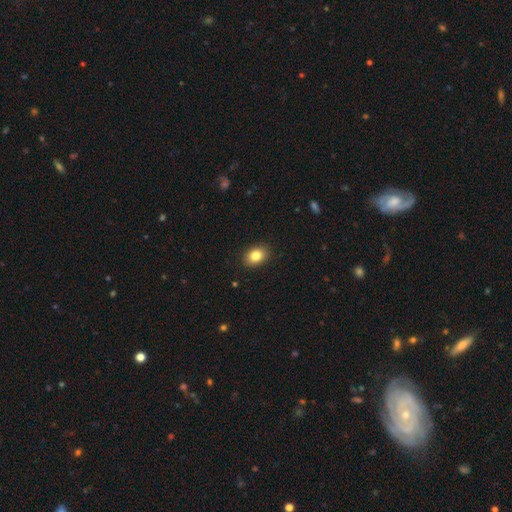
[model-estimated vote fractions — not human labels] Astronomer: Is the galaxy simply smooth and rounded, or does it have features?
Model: smooth — 84%.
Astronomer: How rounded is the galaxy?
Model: in between — 76%.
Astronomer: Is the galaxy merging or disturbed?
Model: none — 89%.